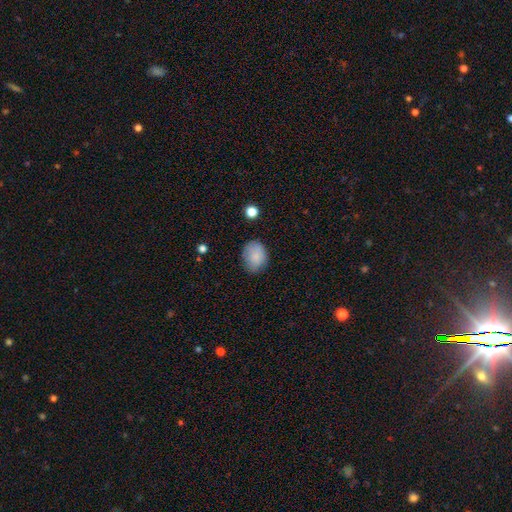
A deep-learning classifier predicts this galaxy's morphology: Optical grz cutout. It shows a smooth galaxy with no disk features (84%) that is in between round and cigar-shaped (63%). Merging: none (76%).